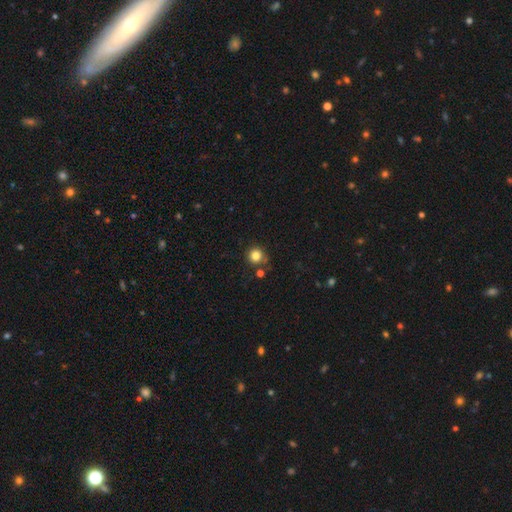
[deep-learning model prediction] Q: Smooth or featured?
A: smooth (83%); runner-up: star or artifact (11%)
Q: How rounded?
A: round (93%); runner-up: in between (6%)
Q: Merging?
A: none (76%); runner-up: minor disturbance (12%)